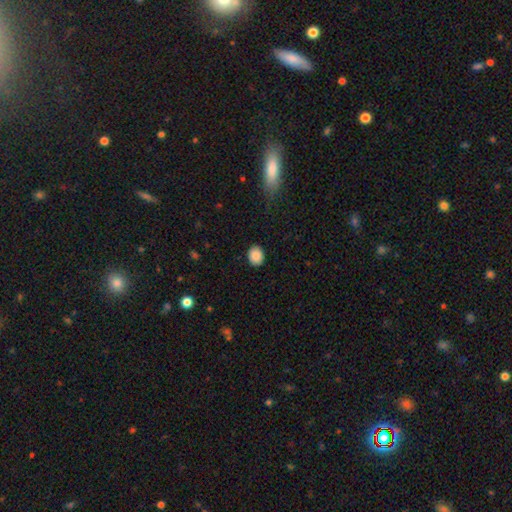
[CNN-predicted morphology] Smooth or featured?
  - smooth: 89% *
  - star or artifact: 8%
  - featured or disk: 4%
How rounded?
  - round: 55% *
  - in between: 44%
  - cigar-shaped: 1%
Merging?
  - none: 90% *
  - minor disturbance: 7%
  - major disturbance: 2%
  - merger: 1%